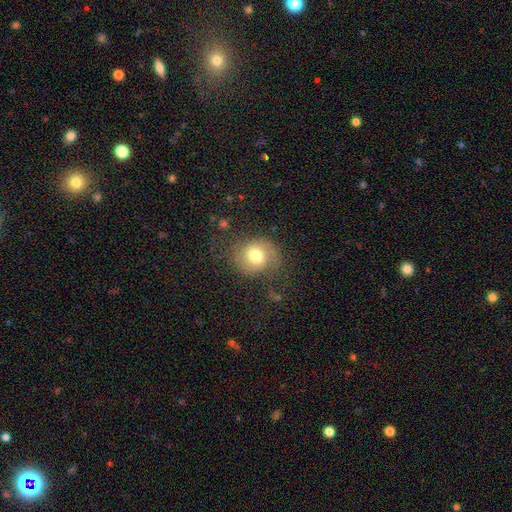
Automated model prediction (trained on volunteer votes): Smooth or featured?
  - smooth: 65% *
  - featured or disk: 25%
  - star or artifact: 10%
How rounded?
  - round: 78% *
  - in between: 21%
  - cigar-shaped: 1%
Merging?
  - none: 60% *
  - minor disturbance: 22%
  - major disturbance: 16%
  - merger: 2%